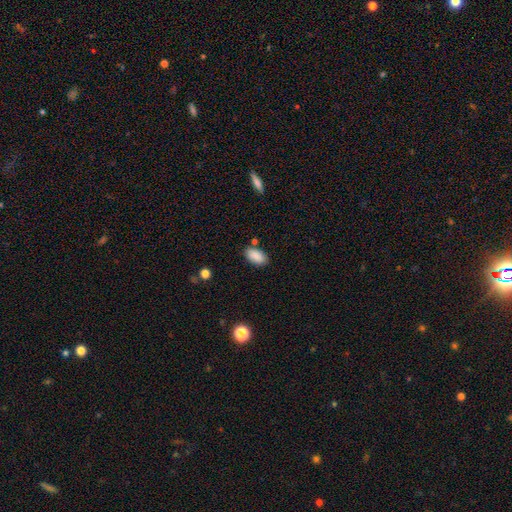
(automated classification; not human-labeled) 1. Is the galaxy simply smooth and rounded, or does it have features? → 89% smooth, 7% star or artifact, 4% featured or disk.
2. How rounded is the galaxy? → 93% in between, 4% cigar-shaped, 3% round.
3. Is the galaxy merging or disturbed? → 82% none, 12% minor disturbance, 3% merger, 3% major disturbance.